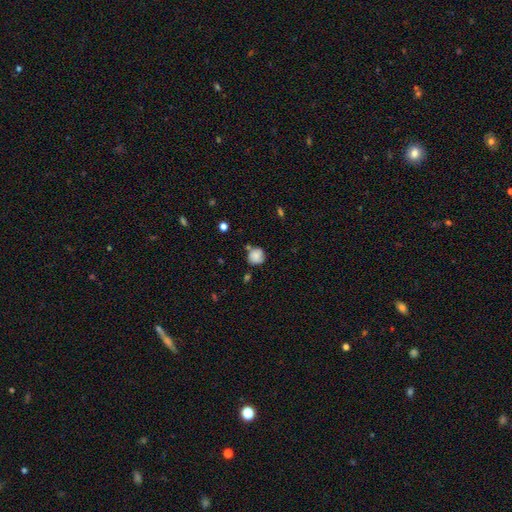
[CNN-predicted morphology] Q: Smooth or featured?
A: smooth (81%); runner-up: star or artifact (10%)
Q: How rounded?
A: round (86%); runner-up: in between (13%)
Q: Merging?
A: none (66%); runner-up: minor disturbance (20%)